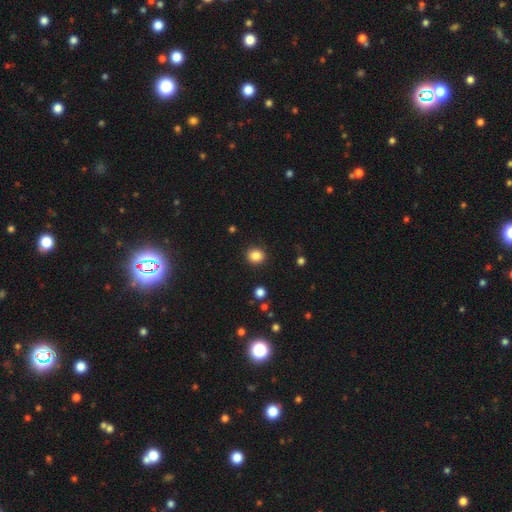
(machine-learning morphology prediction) type=smooth (86%); roundness=round (78%); merging=none (90%).